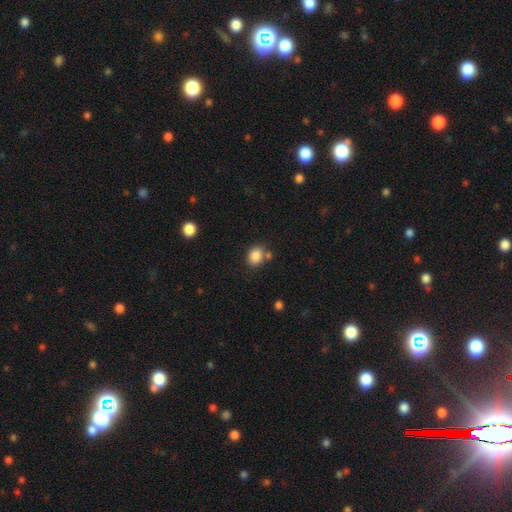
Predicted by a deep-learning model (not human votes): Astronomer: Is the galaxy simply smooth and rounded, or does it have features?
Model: smooth — 86%.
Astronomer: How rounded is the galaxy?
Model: in between — 53% (runner-up: round, 46%).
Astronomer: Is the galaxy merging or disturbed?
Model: none — 70%.